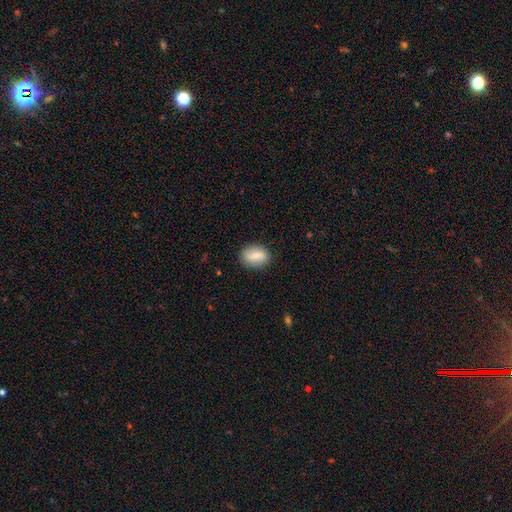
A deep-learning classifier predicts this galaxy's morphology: This is likely a smooth galaxy (78%). How rounded: likely in between (79%). Merging: clearly none (83%).